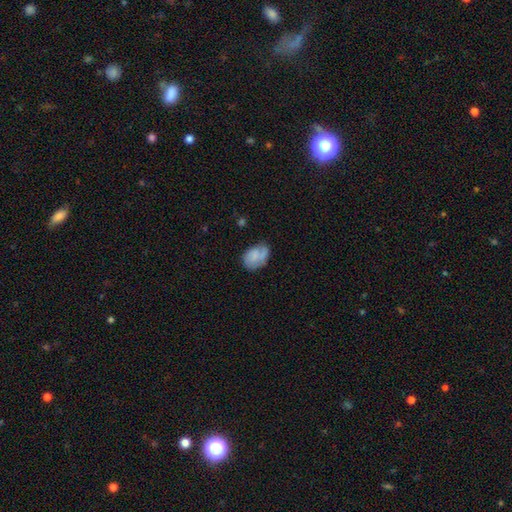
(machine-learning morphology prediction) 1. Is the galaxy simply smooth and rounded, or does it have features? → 67% smooth, 25% featured or disk, 8% star or artifact.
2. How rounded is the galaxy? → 80% in between, 19% round, 1% cigar-shaped.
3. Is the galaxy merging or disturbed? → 52% none, 32% minor disturbance, 12% major disturbance, 4% merger.